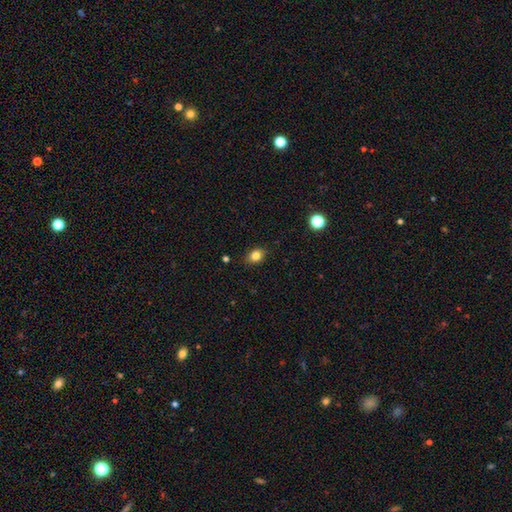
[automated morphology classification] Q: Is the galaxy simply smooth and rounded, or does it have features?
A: smooth — 82%.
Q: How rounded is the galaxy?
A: in between — 59%.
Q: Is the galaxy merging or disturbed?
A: none — 86%.